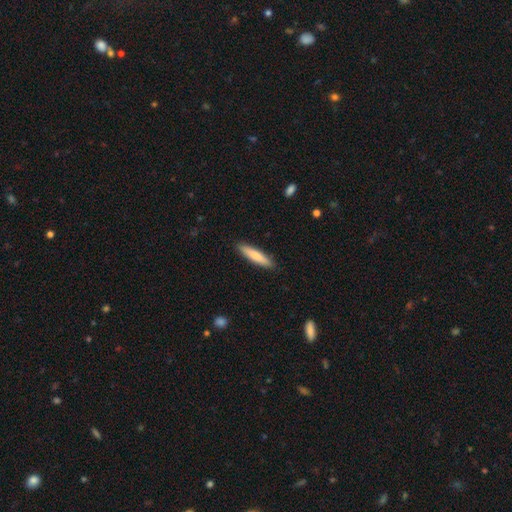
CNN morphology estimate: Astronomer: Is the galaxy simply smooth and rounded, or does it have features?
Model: smooth — 77%.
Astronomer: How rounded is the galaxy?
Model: cigar-shaped — 84%.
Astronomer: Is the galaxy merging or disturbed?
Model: none — 90%.